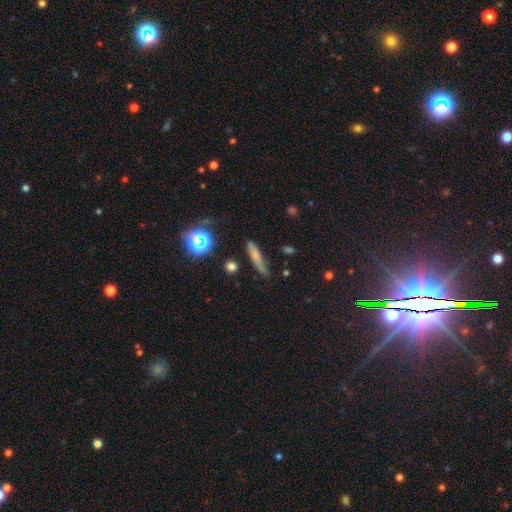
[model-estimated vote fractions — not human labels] A smooth galaxy with no disk features (59%) that is cigar-shaped (82%). Merging: none (73%).